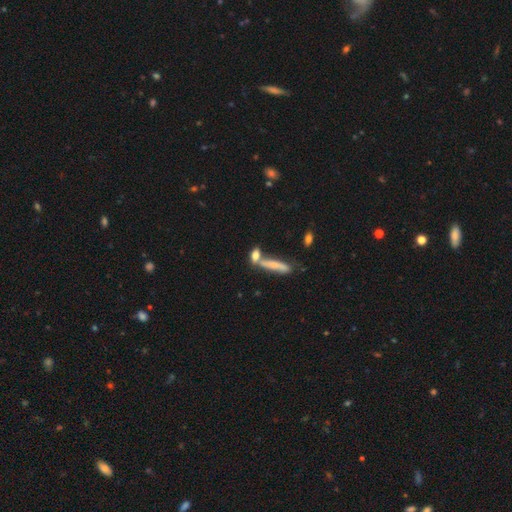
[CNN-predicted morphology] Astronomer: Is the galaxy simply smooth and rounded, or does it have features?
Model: smooth — 66%.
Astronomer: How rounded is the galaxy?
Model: in between — 46%, tied with cigar-shaped at 46%.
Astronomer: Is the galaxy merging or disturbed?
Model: none — 46% (runner-up: merger, 38%).